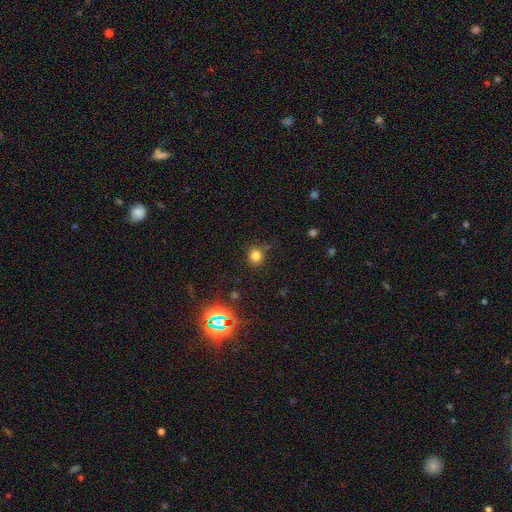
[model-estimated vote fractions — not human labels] Overall: smooth (77%). How rounded: round (83%). Merging: none (80%).